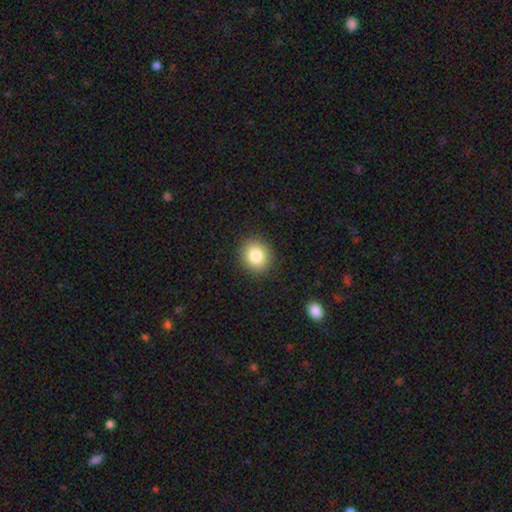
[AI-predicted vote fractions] Smooth or featured? Predicted: smooth (p=0.83). How rounded? Predicted: round (p=0.78). Merging? Predicted: none (p=0.91).